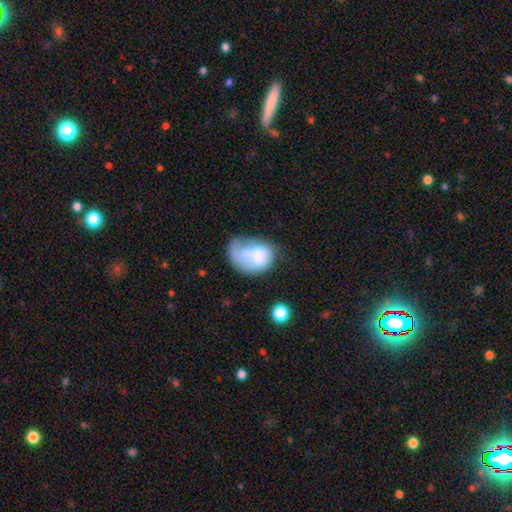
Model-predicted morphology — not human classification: smooth 58%, featured or disk 34%, star or artifact 8%. Down the decision tree: how rounded — in between (74%); merging — major disturbance (34%).